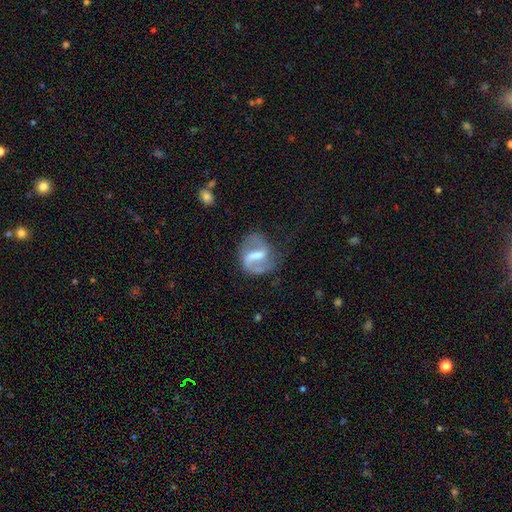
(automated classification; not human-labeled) Morphology: type=featured or disk (80%); edge-on=no (97%); bar=strong (49%); spiral arms=yes (89%); winding=medium (47%); arm count=2 (81%); bulge=moderate (45%); merging=none (63%).